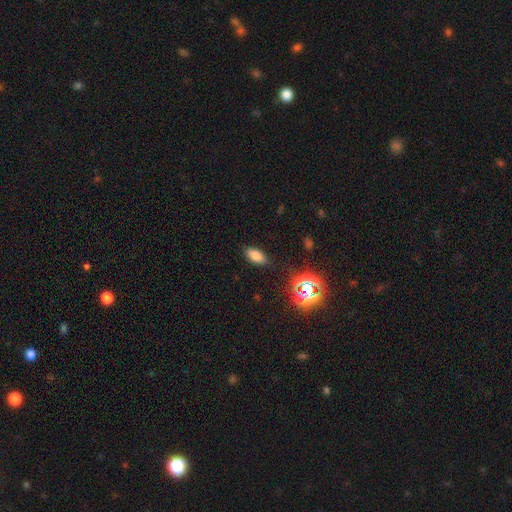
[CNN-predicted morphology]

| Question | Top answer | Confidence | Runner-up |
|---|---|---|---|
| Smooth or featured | smooth | 73% | star or artifact (17%) |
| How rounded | in between | 85% | cigar-shaped (10%) |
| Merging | none | 85% | minor disturbance (11%) |